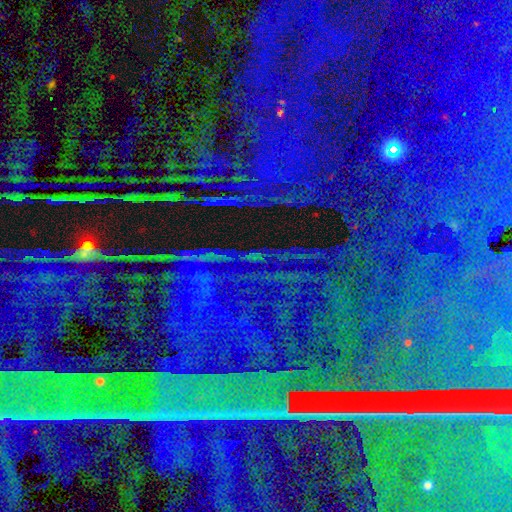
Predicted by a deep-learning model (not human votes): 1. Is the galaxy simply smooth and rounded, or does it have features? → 86% star or artifact, 7% featured or disk, 7% smooth.